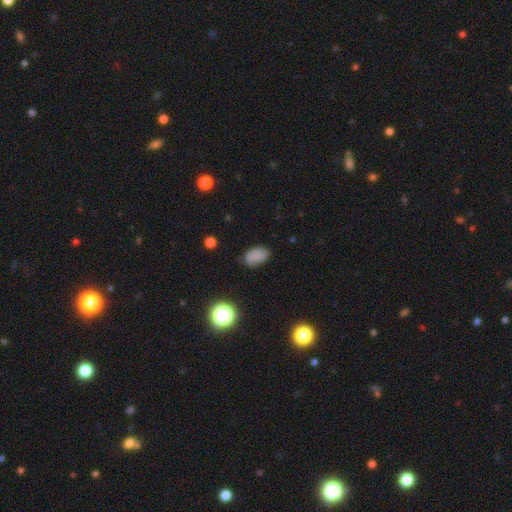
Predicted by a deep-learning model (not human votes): Overall: smooth (79%). How rounded: in between (89%). Merging: none (69%).